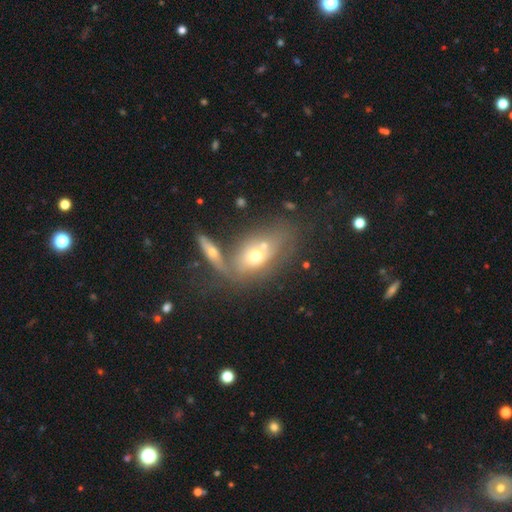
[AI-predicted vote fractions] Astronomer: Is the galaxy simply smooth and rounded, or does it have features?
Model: smooth — 54% (runner-up: featured or disk, 34%).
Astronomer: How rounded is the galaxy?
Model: in between — 70%.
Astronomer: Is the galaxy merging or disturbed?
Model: merger — 46% (runner-up: none, 33%).